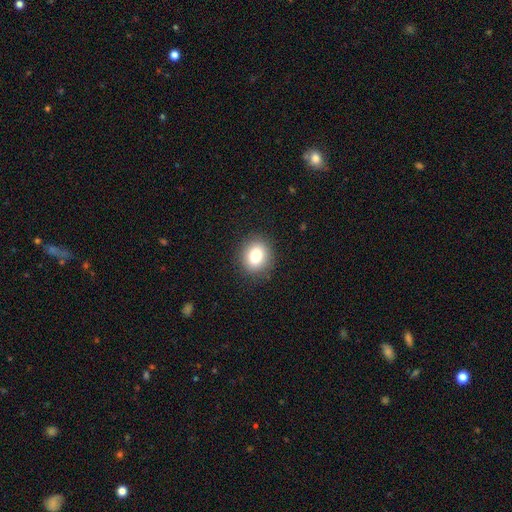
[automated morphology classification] Overall: smooth (83%). How rounded: round (66%; in between 33%). Merging: none (88%).